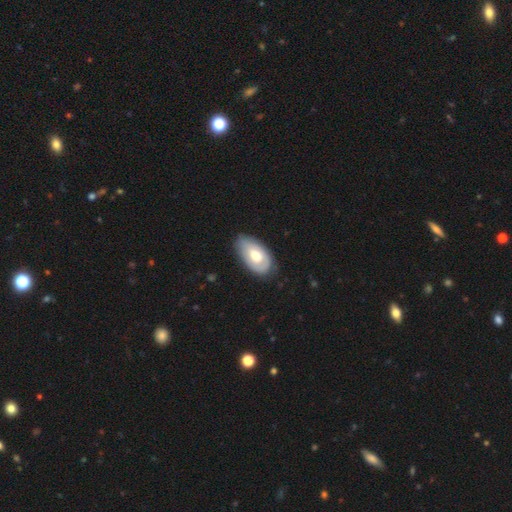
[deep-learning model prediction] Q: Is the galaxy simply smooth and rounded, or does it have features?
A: smooth — 52%.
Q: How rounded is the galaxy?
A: in between — 94%.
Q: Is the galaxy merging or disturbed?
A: none — 69%.